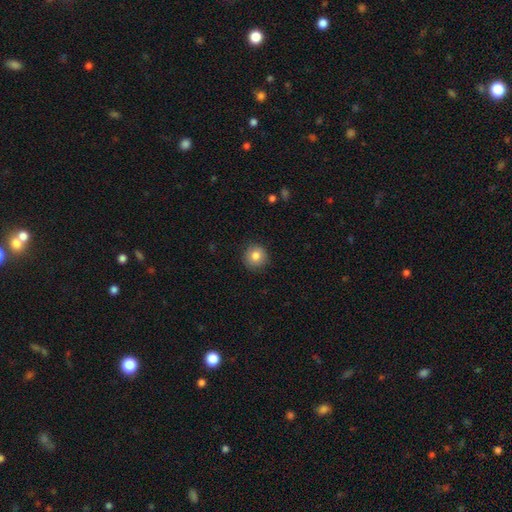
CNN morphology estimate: Smooth or featured?
  - smooth: 82% *
  - star or artifact: 9%
  - featured or disk: 9%
How rounded?
  - round: 94% *
  - in between: 6%
  - cigar-shaped: 1%
Merging?
  - none: 89% *
  - minor disturbance: 8%
  - major disturbance: 2%
  - merger: 1%